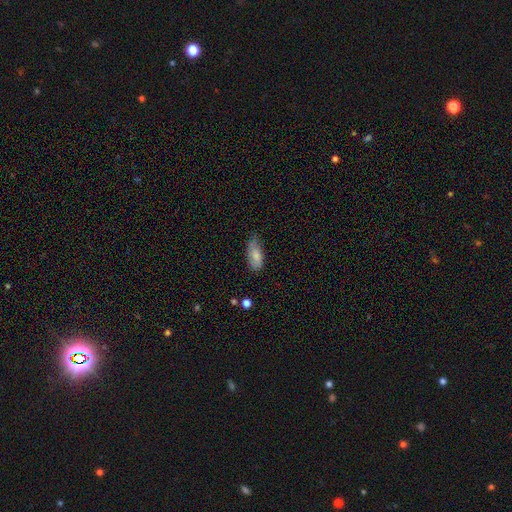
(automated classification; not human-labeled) The model was most divided on "merging": none: 59%, minor disturbance: 33%, major disturbance: 6%, merger: 2%. More confident: how rounded — in between (86%); smooth or featured — smooth (81%).